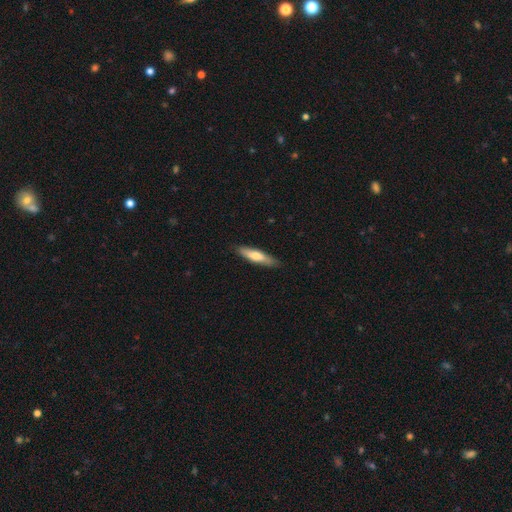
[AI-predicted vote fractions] A smooth galaxy with no disk features (65%) that is cigar-shaped (76%). Merging: none (85%).